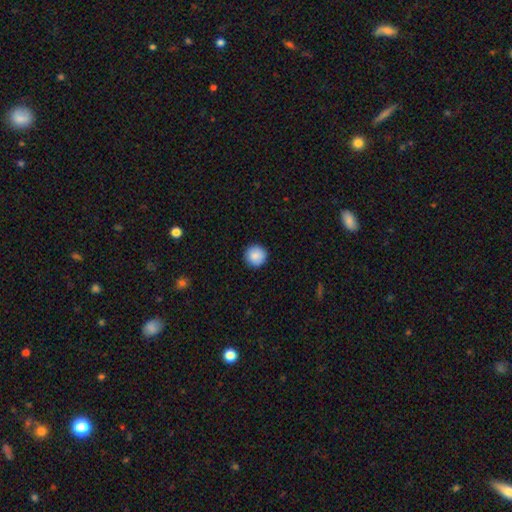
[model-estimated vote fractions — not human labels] smooth-or-featured: smooth: 89% | star or artifact: 7% | featured or disk: 4%
  how-rounded: round: 96% | in between: 3% | cigar-shaped: 1%
  merging: none: 92% | minor disturbance: 5% | major disturbance: 1% | merger: 1%